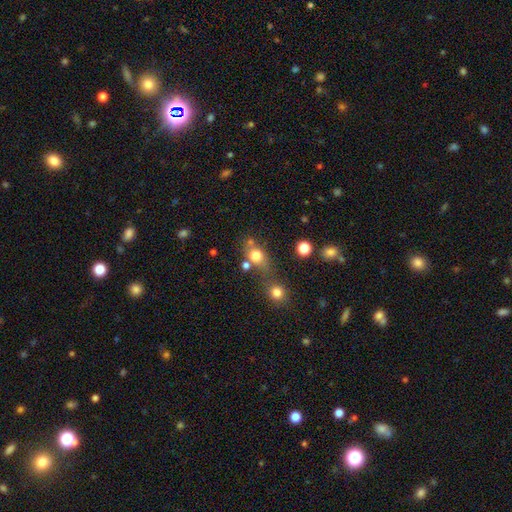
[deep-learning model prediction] Overall: smooth (76%). How rounded: round (61%; in between 37%). Merging: none (48%; merger 31%).